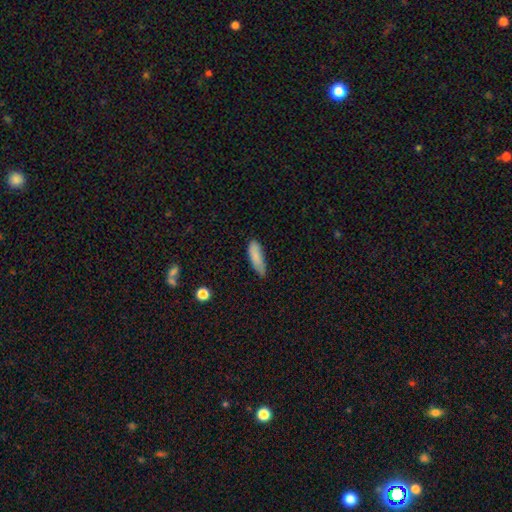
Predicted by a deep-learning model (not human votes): Morphology: type=smooth (84%); roundness=in between (56%); merging=none (55%).